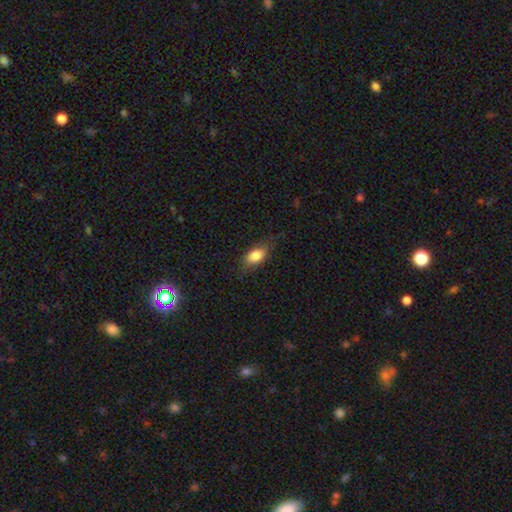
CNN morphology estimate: Overall: smooth (81%). How rounded: in between (86%). Merging: none (73%).